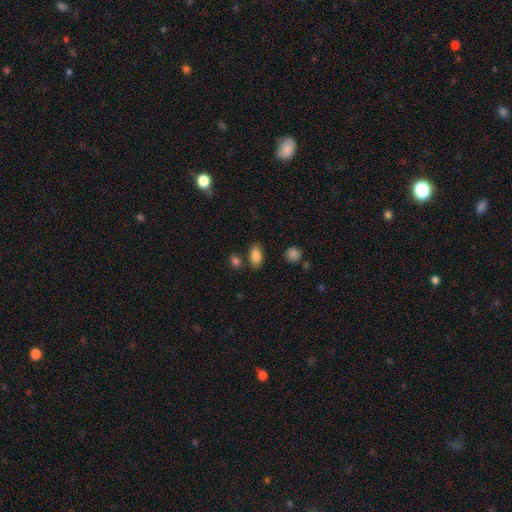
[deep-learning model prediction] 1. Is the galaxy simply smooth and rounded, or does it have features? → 86% smooth, 8% star or artifact, 6% featured or disk.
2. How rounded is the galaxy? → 91% in between, 5% round, 4% cigar-shaped.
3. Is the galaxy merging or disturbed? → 78% none, 12% minor disturbance, 7% merger, 3% major disturbance.